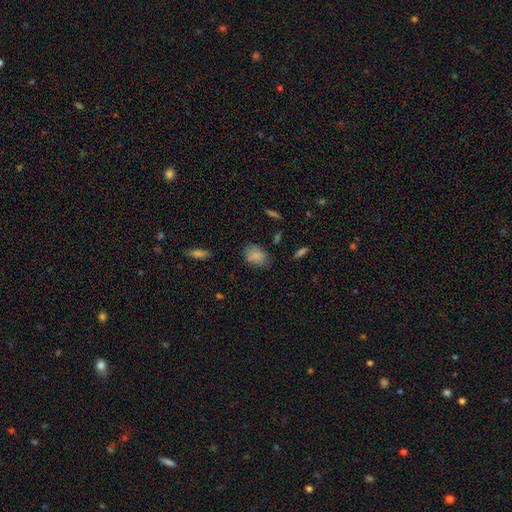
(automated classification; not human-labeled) This appears to be a smooth galaxy with no disk features (80%) that is in between round and cigar-shaped (68%). Merging: none (70%).